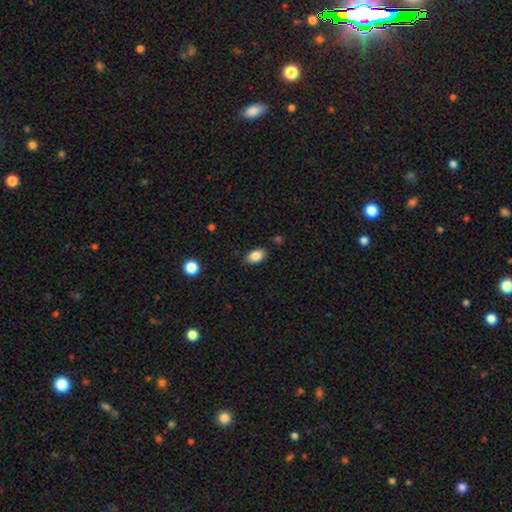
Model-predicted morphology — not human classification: A smooth galaxy with no disk features (86%) that is in between round and cigar-shaped (89%). Merging: none (85%).